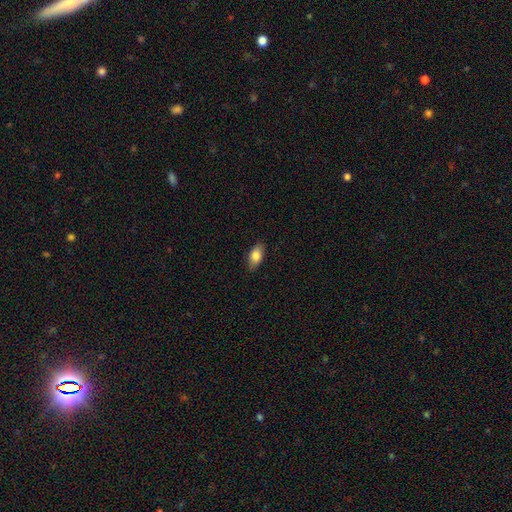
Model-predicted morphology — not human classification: Overall: smooth (82%). How rounded: in between (89%). Merging: none (85%).